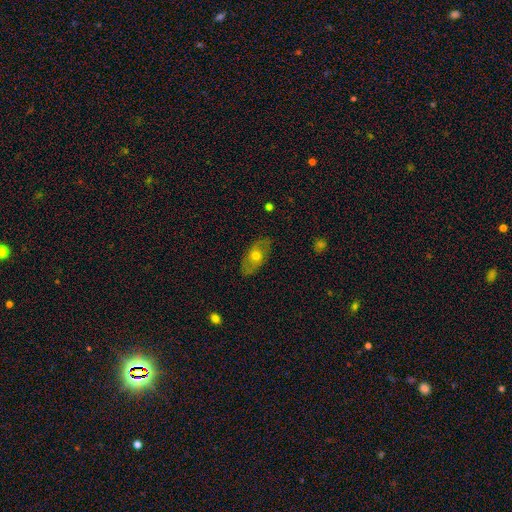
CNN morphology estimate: type=smooth (49%); merging=none (82%).